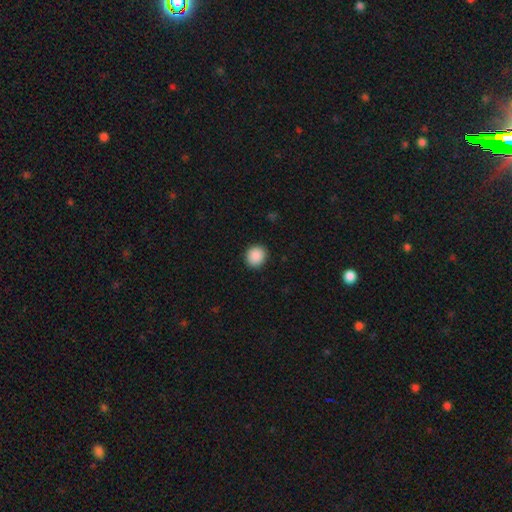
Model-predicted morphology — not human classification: smooth_or_featured: smooth (p=0.90) [alt: star or artifact p=0.08]
how_rounded: round (p=0.86) [alt: in between p=0.13]
merging: none (p=0.91) [alt: minor disturbance p=0.06]